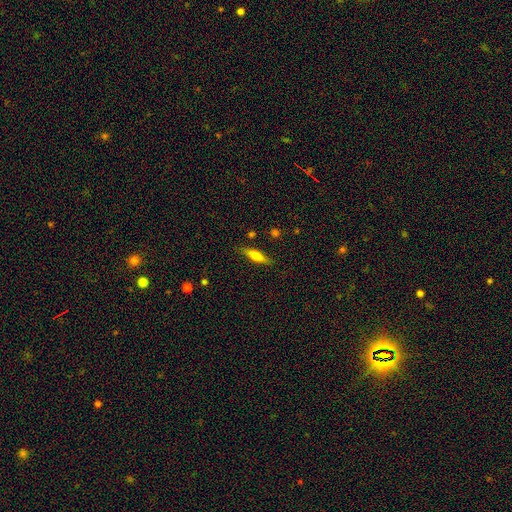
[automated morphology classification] A smooth galaxy with no disk features (57%) that is cigar-shaped (65%).

Vote fractions:
- Smooth or featured? smooth: 57% / featured or disk: 36% / star or artifact: 7%
- How rounded? cigar-shaped: 65% / in between: 32% / round: 3%
- Merging? none: 84% / minor disturbance: 12% / major disturbance: 3% / merger: 2%